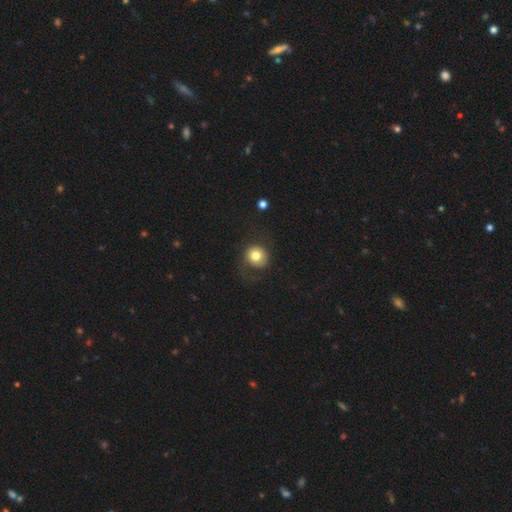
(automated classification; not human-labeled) Overall: smooth (75%). How rounded: round (84%). Merging: none (62%).